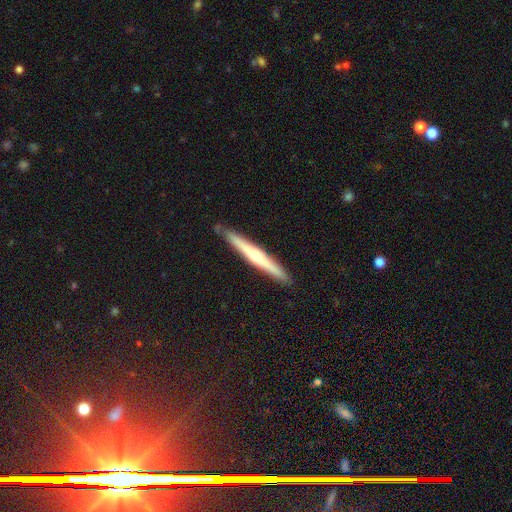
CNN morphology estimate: The model was most divided on "smooth or featured": featured or disk: 62%, smooth: 30%, star or artifact: 8%. More confident: edge-on disk — yes (97%); merging — none (91%); edge-on bulge — rounded (66%).